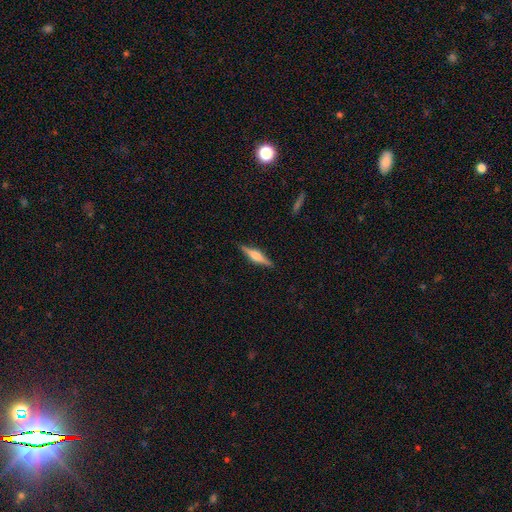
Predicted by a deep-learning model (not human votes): This appears to be a featured or disk galaxy (68%) viewed edge-on (98%) with a rounded central bulge (86%). Merging: none (90%).